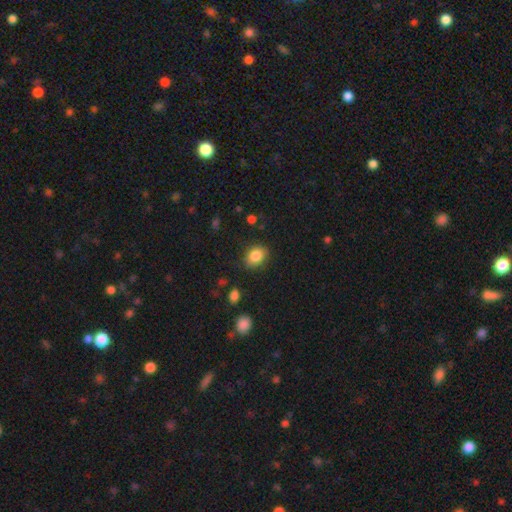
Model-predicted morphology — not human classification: smooth_or_featured: smooth (p=0.85) [alt: star or artifact p=0.09]
how_rounded: in between (p=0.60) [alt: round p=0.39]
merging: none (p=0.82) [alt: minor disturbance p=0.13]